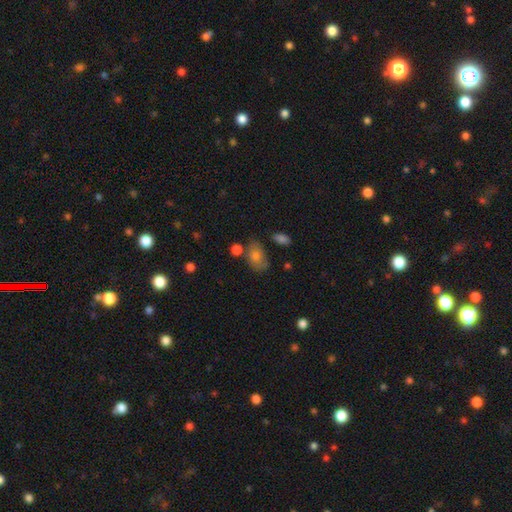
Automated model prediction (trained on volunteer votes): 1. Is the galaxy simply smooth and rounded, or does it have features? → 74% smooth, 16% featured or disk, 10% star or artifact.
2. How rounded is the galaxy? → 83% in between, 16% round, 2% cigar-shaped.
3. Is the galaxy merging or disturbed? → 58% none, 23% minor disturbance, 11% merger, 8% major disturbance.